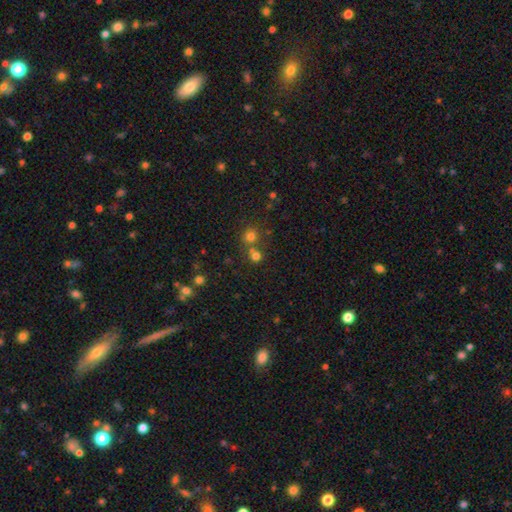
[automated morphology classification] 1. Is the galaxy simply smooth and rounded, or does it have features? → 71% smooth, 21% star or artifact, 8% featured or disk.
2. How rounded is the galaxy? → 86% round, 13% in between, 1% cigar-shaped.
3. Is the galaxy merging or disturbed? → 58% none, 33% merger, 6% minor disturbance, 3% major disturbance.